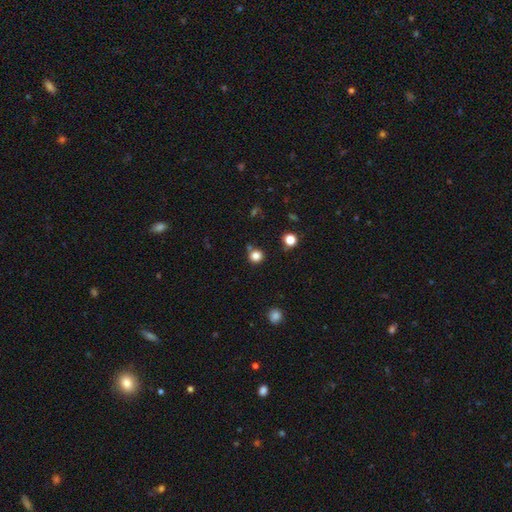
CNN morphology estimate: Smooth or featured? Predicted: smooth (p=0.82). How rounded? Predicted: round (p=0.92). Merging? Predicted: none (p=0.79).